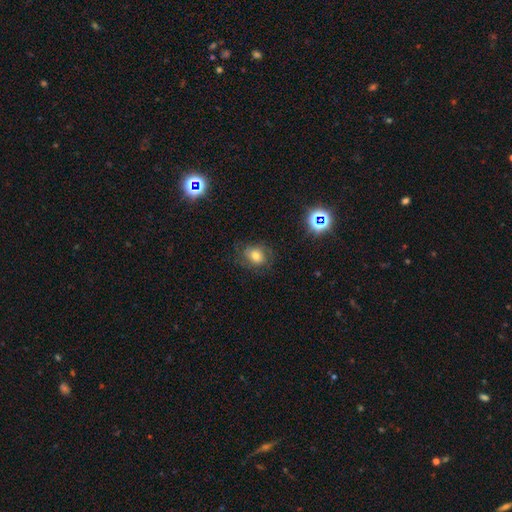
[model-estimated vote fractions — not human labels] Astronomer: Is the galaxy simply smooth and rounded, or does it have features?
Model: smooth — 58%.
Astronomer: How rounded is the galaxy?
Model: round — 56% (runner-up: in between, 43%).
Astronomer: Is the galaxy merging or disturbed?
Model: none — 71%.